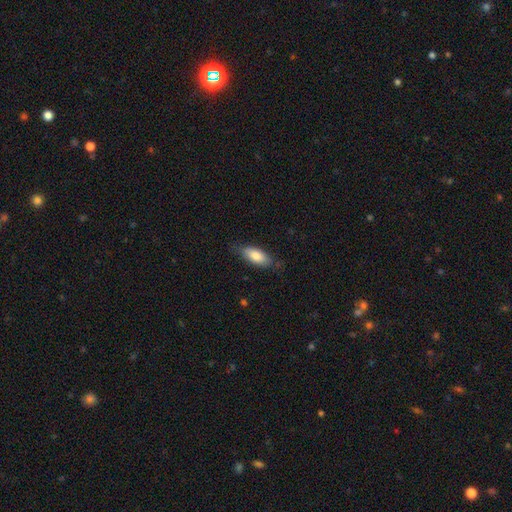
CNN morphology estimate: smooth 82%, featured or disk 12%, star or artifact 6%. Down the decision tree: how rounded — in between (82%); merging — none (75%).